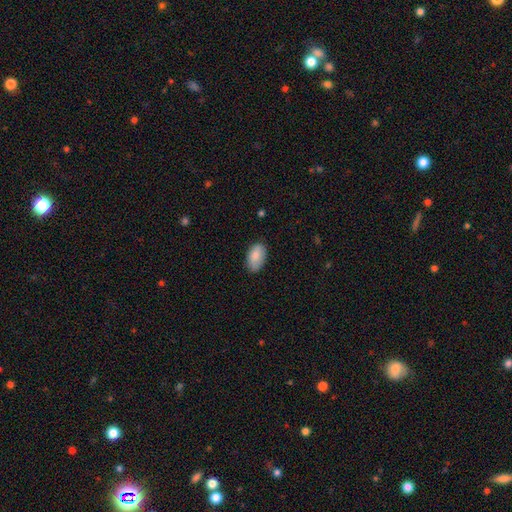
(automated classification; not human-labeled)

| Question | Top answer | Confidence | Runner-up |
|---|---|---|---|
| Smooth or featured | smooth | 87% | featured or disk (7%) |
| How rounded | in between | 94% | round (4%) |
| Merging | none | 82% | minor disturbance (15%) |